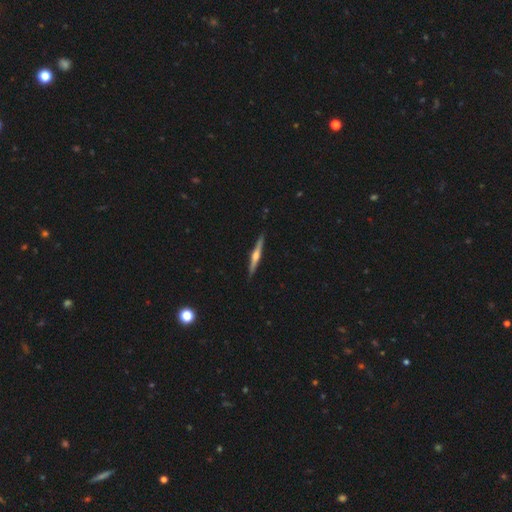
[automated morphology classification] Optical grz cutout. It shows a featured or disk galaxy (72%) viewed edge-on (98%) with a rounded central bulge (87%). Merging: none (91%).